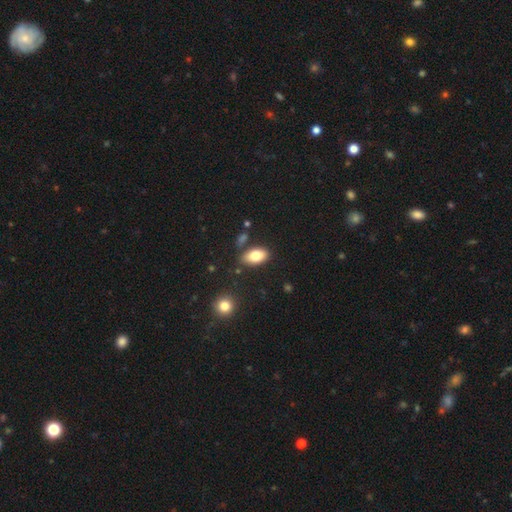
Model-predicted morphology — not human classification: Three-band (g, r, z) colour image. It shows a smooth galaxy with no disk features (80%) that is in between round and cigar-shaped (92%). Merging: none (79%).